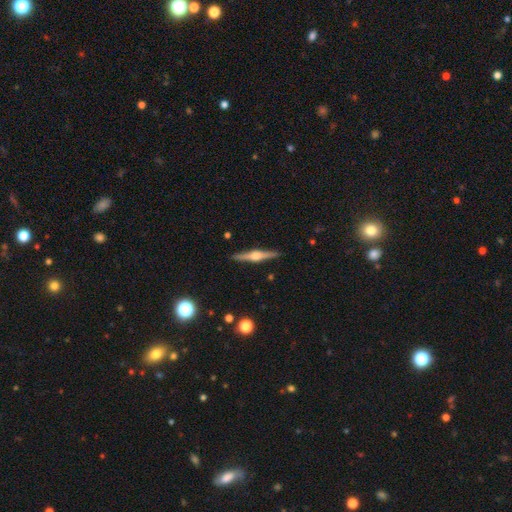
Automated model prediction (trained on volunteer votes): Smooth or featured? featured or disk (80%)
Edge-on disk? yes (98%)
Edge-on bulge? rounded (92%)
Merging? none (91%)